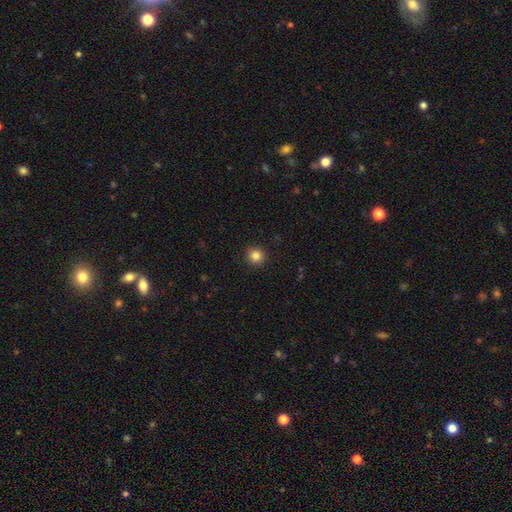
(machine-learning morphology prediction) Smooth or featured?
  - smooth: 85% *
  - star or artifact: 11%
  - featured or disk: 5%
How rounded?
  - round: 93% *
  - in between: 6%
  - cigar-shaped: 1%
Merging?
  - none: 91% *
  - minor disturbance: 6%
  - major disturbance: 2%
  - merger: 1%